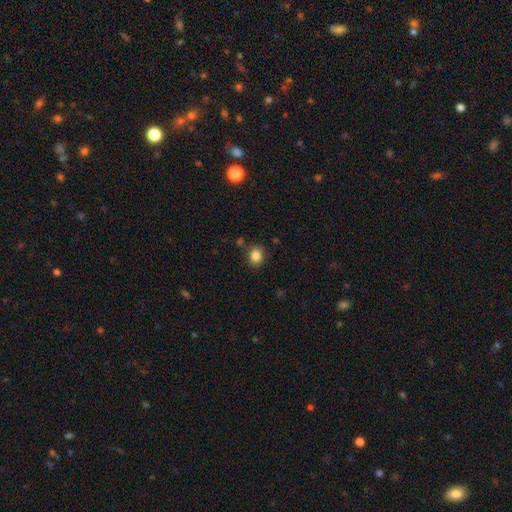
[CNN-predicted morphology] A smooth galaxy with no disk features (85%) that is round (54%).

Vote fractions:
- Smooth or featured? smooth: 85% / star or artifact: 11% / featured or disk: 5%
- How rounded? round: 54% / in between: 45% / cigar-shaped: 1%
- Merging? none: 83% / minor disturbance: 10% / merger: 4% / major disturbance: 3%